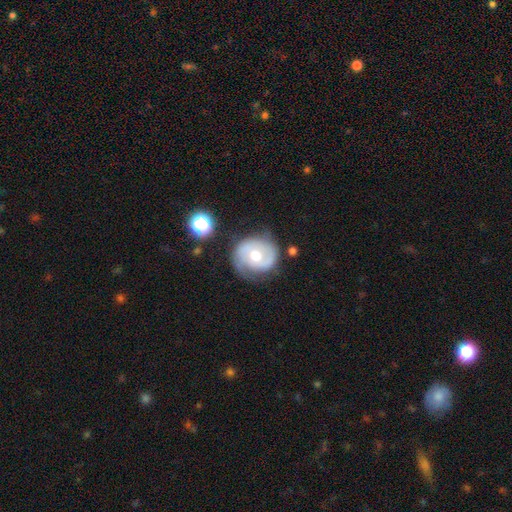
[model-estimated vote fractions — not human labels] Smooth or featured: featured or disk — 70% (smooth — 24%)
Edge-on disk: no — 98% (yes — 2%)
Bar: no — 66% (weak — 28%)
Spiral arms: yes — 84% (no — 16%)
Spiral winding: tight — 49% (medium — 36%)
Spiral arm count: 2 — 64% (can't tell — 16%)
Bulge size: moderate — 75% (small — 16%)
Merging: none — 65% (minor disturbance — 22%)